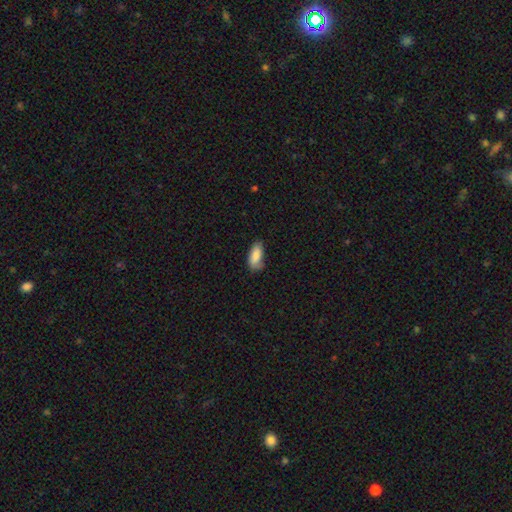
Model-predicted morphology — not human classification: smooth-or-featured: smooth: 86% | featured or disk: 8% | star or artifact: 7%
  how-rounded: in between: 86% | cigar-shaped: 12% | round: 2%
  merging: none: 63% | minor disturbance: 29% | major disturbance: 7% | merger: 2%